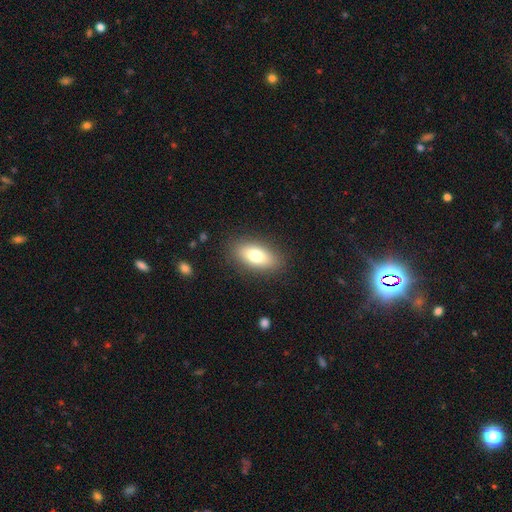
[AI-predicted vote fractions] This appears to be a smooth galaxy with no disk features (76%) that is in between round and cigar-shaped (85%). Merging: none (87%).